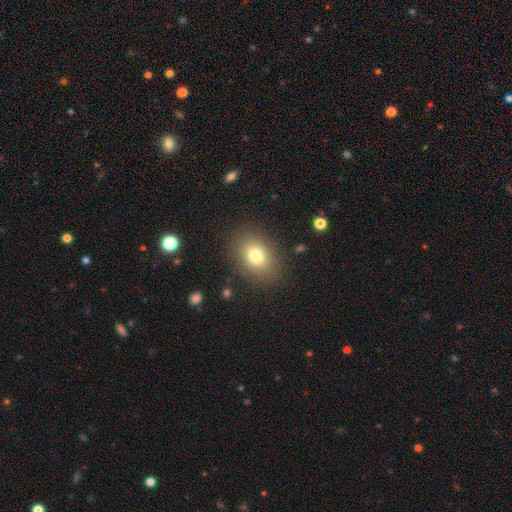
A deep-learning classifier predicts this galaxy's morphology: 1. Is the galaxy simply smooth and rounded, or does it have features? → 77% smooth, 12% featured or disk, 11% star or artifact.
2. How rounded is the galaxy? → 67% in between, 32% round, 1% cigar-shaped.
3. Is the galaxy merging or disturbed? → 85% none, 10% minor disturbance, 4% major disturbance, 1% merger.